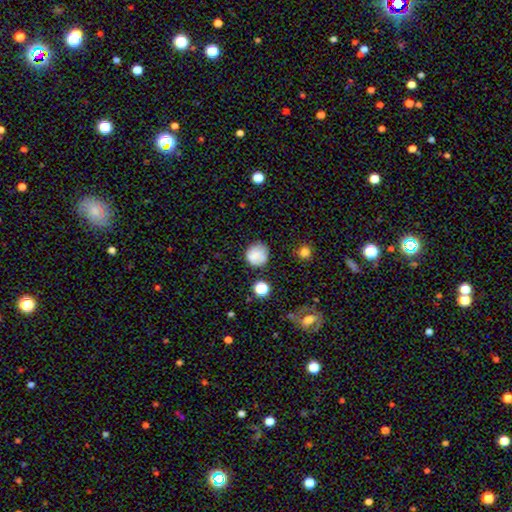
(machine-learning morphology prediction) Smooth or featured? smooth (79%)
How rounded? round (88%)
Merging? none (74%)